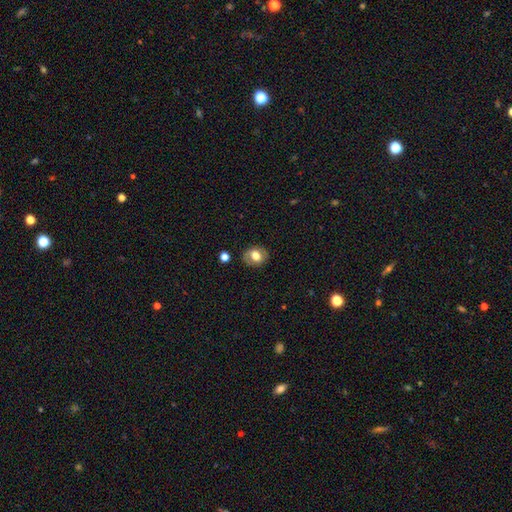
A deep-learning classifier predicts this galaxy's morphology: A smooth galaxy with no disk features (66%) that is round (54%).

Vote fractions:
- Smooth or featured? smooth: 66% / featured or disk: 24% / star or artifact: 9%
- How rounded? round: 54% / in between: 44% / cigar-shaped: 1%
- Merging? none: 82% / minor disturbance: 13% / major disturbance: 4% / merger: 2%